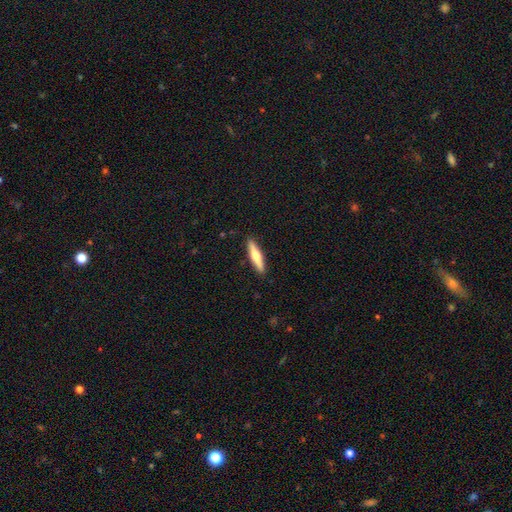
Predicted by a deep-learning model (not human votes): Smooth or featured: smooth — 50% (featured or disk — 45%)
How rounded: cigar-shaped — 84% (in between — 15%)
Merging: none — 90% (minor disturbance — 7%)